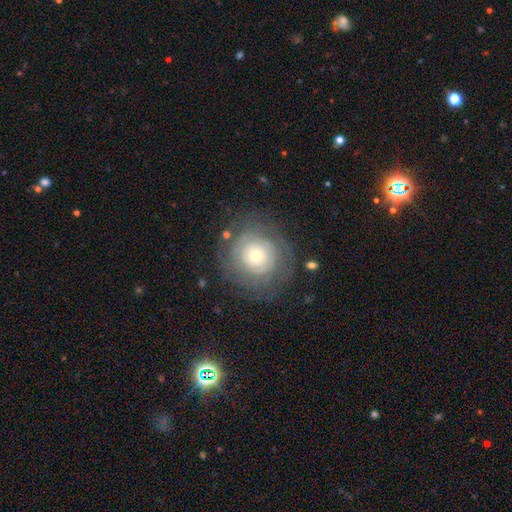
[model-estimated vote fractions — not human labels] Smooth or featured? featured or disk (53%)
Edge-on disk? no (97%)
Bar? no (86%)
Spiral arms? yes (64%)
Bulge size? moderate (46%)
Merging? none (76%)